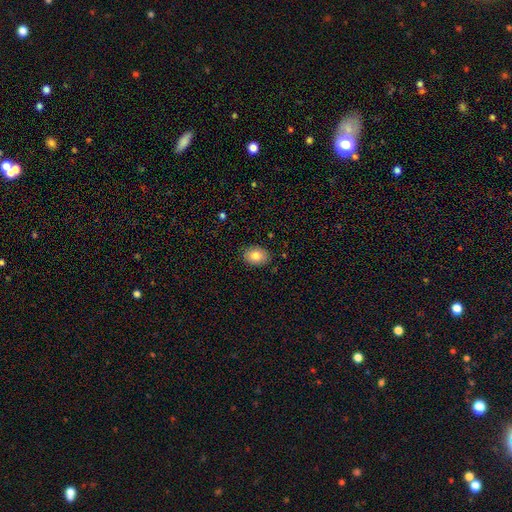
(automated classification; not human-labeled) Smooth or featured?
  - smooth: 81% *
  - featured or disk: 11%
  - star or artifact: 8%
How rounded?
  - in between: 73% *
  - round: 26%
  - cigar-shaped: 1%
Merging?
  - none: 87% *
  - minor disturbance: 10%
  - major disturbance: 2%
  - merger: 1%